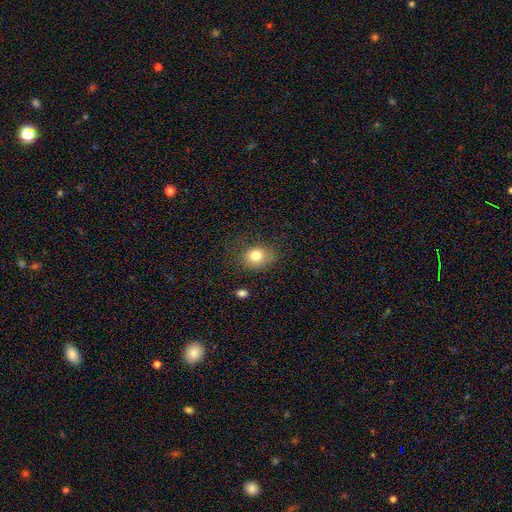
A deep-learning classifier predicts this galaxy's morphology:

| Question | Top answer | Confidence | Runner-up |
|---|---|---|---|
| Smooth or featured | smooth | 79% | featured or disk (11%) |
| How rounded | in between | 51% | round (48%) |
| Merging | none | 69% | minor disturbance (21%) |